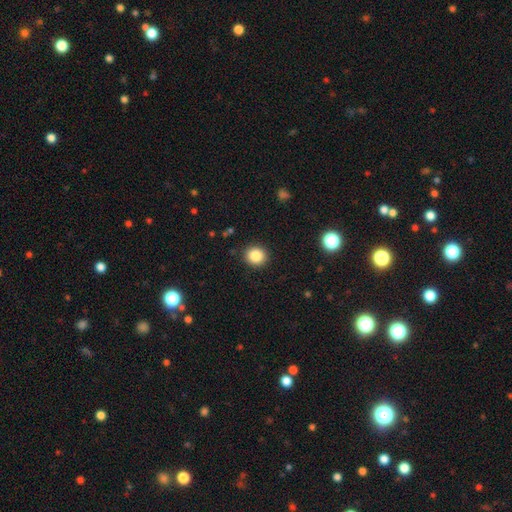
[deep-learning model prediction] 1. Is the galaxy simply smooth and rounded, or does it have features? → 86% smooth, 10% star or artifact, 4% featured or disk.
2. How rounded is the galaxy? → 87% round, 12% in between, 1% cigar-shaped.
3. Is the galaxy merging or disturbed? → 91% none, 6% minor disturbance, 2% major disturbance, 1% merger.